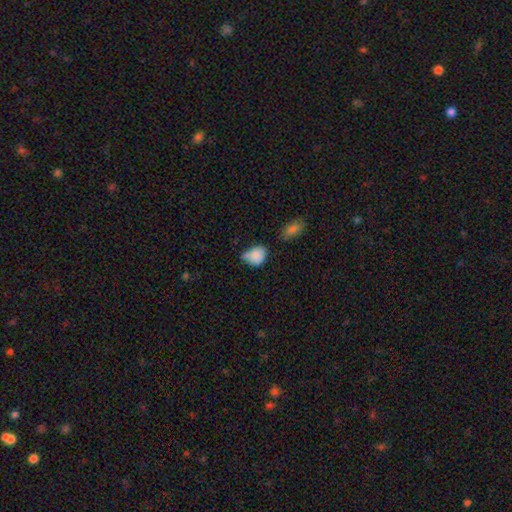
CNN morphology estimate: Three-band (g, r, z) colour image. It shows a smooth galaxy with no disk features (80%) that is in between round and cigar-shaped (58%). Merging: minor disturbance (40%).